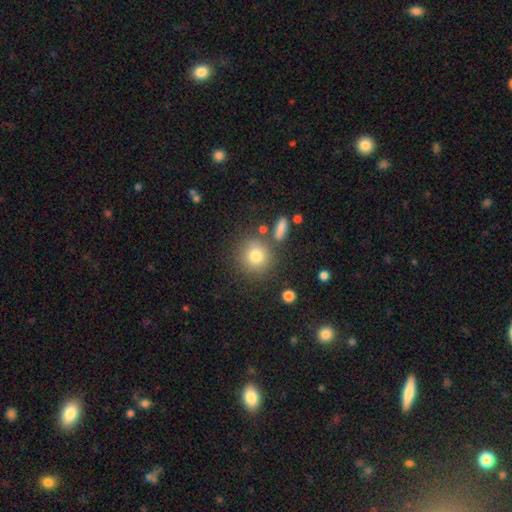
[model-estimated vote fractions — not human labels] Overall: smooth (79%). How rounded: round (90%). Merging: none (77%).